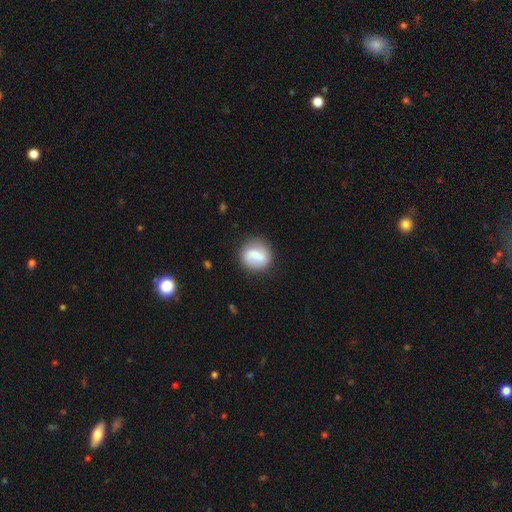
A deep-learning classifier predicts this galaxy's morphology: smooth-or-featured: smooth: 63% | featured or disk: 30% | star or artifact: 7%
  how-rounded: round: 80% | in between: 18% | cigar-shaped: 2%
  merging: none: 79% | minor disturbance: 14% | major disturbance: 5% | merger: 3%